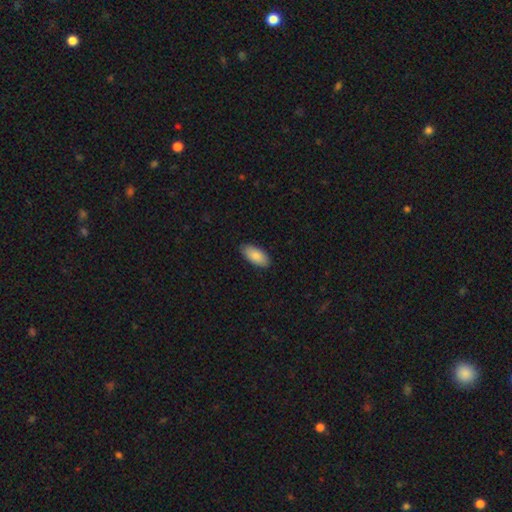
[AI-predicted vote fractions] smooth_or_featured: smooth (p=0.87) [alt: featured or disk p=0.07]
how_rounded: in between (p=0.91) [alt: cigar-shaped p=0.07]
merging: none (p=0.88) [alt: minor disturbance p=0.10]